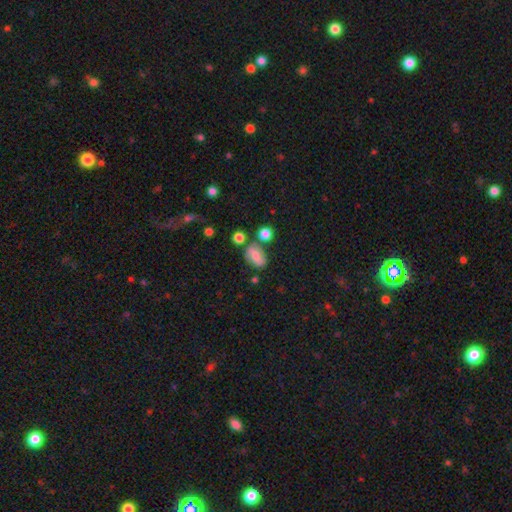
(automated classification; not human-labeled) Smooth or featured? smooth (61%)
How rounded? in between (79%)
Merging? none (61%)